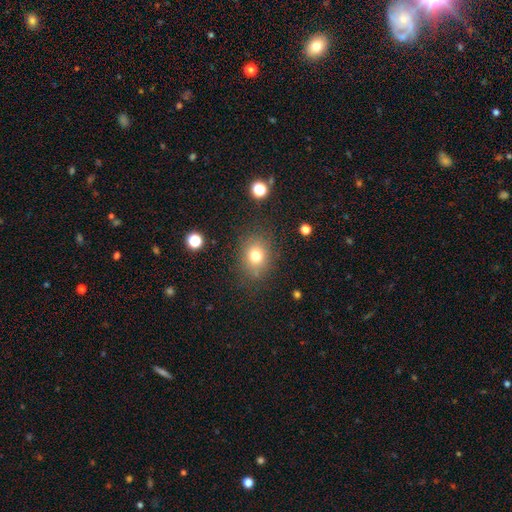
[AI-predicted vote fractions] Smooth or featured: smooth — 76% (star or artifact — 14%)
How rounded: round — 56% (in between — 43%)
Merging: none — 82% (minor disturbance — 12%)